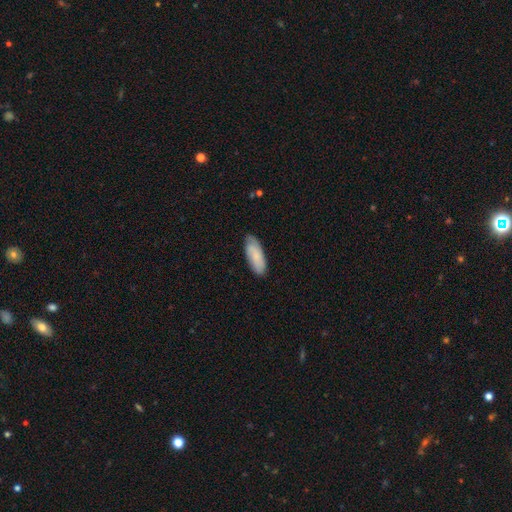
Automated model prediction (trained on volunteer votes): Overall: smooth (77%). How rounded: in between (74%). Merging: none (77%).